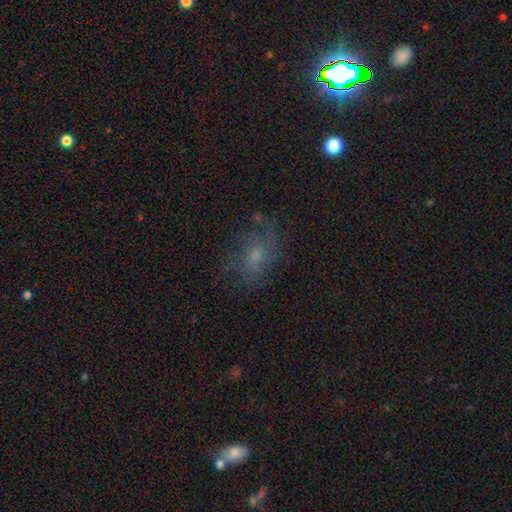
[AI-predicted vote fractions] Q: Smooth or featured?
A: featured or disk (45%); runner-up: smooth (31%)
Q: Merging?
A: none (59%); runner-up: minor disturbance (21%)